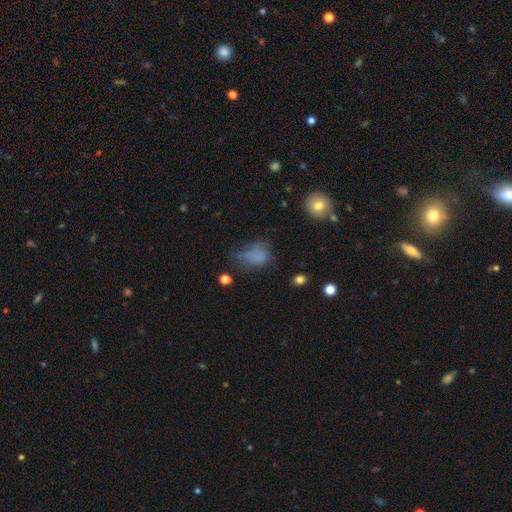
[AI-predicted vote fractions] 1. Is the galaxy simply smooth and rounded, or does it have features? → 67% smooth, 17% star or artifact, 16% featured or disk.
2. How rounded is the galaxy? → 71% in between, 26% round, 3% cigar-shaped.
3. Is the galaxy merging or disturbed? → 33% major disturbance (tied), 33% none (tied), 30% minor disturbance, 4% merger.